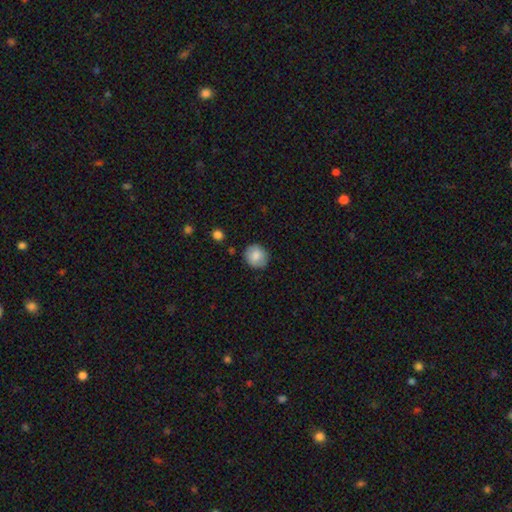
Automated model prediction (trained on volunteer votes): The model was most divided on "merging": none: 83%, minor disturbance: 13%, major disturbance: 3%, merger: 2%. More confident: how rounded — round (85%); smooth or featured — smooth (84%).